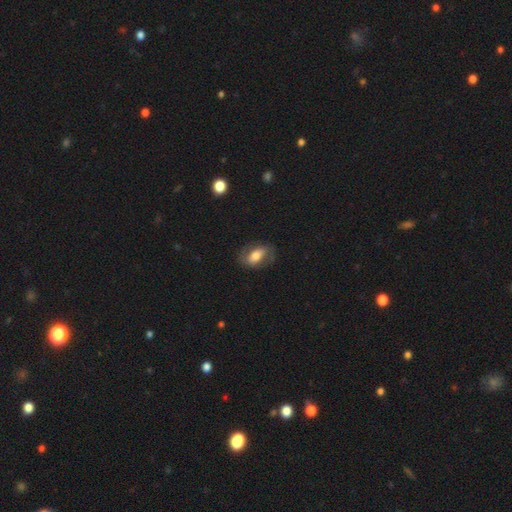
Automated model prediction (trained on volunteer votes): Overall: smooth (51%; featured or disk 42%). How rounded: in between (85%). Merging: none (73%).